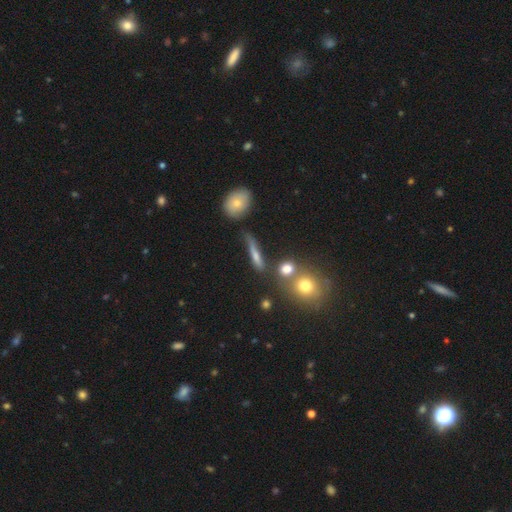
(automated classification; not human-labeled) Smooth or featured: smooth — 61% (featured or disk — 26%)
How rounded: cigar-shaped — 72% (in between — 18%)
Merging: none — 56% (minor disturbance — 19%)